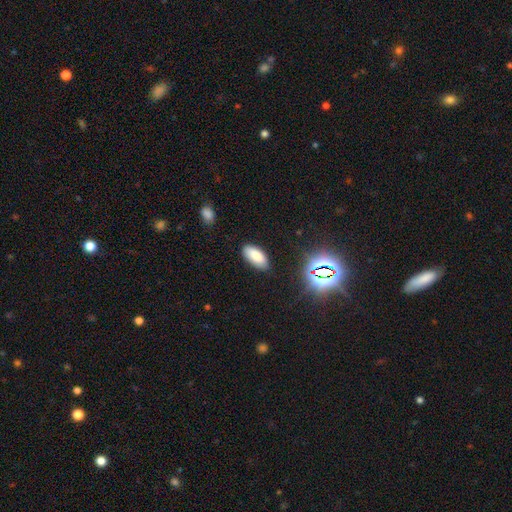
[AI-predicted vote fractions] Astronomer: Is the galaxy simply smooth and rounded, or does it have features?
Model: smooth — 82%.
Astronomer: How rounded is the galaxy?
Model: in between — 92%.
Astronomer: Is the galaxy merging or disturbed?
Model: none — 83%.